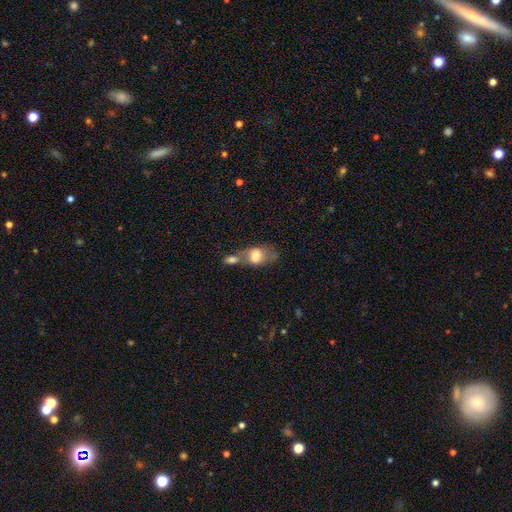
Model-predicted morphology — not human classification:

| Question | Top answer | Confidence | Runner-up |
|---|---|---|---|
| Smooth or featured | smooth | 69% | featured or disk (24%) |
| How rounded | in between | 76% | round (21%) |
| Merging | merger | 54% | none (26%) |